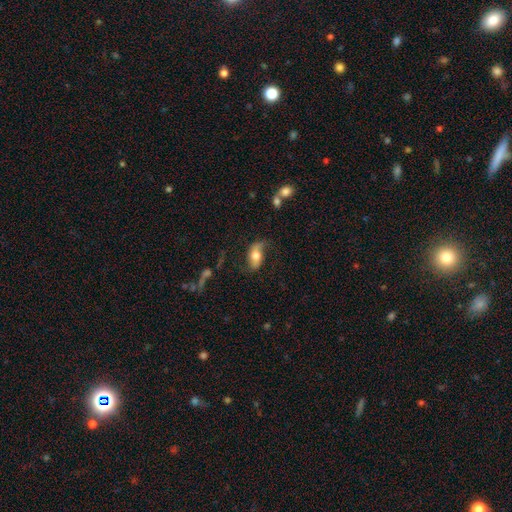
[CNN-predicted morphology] Smooth or featured?
  - smooth: 49% *
  - featured or disk: 43%
  - star or artifact: 8%
Merging?
  - none: 61% *
  - minor disturbance: 24%
  - major disturbance: 12%
  - merger: 3%